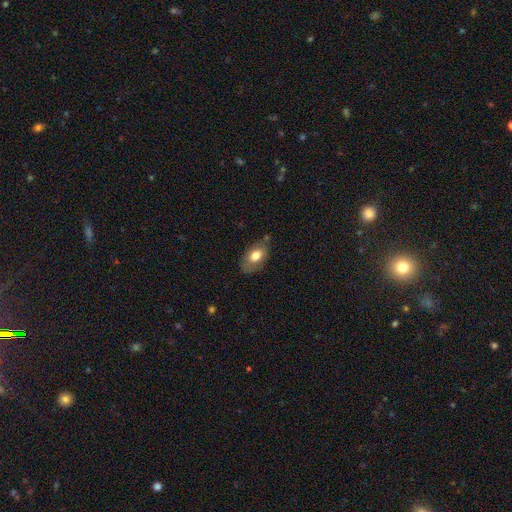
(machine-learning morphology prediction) Smooth or featured: smooth — 72% (featured or disk — 20%)
How rounded: in between — 89% (round — 9%)
Merging: none — 69% (minor disturbance — 22%)